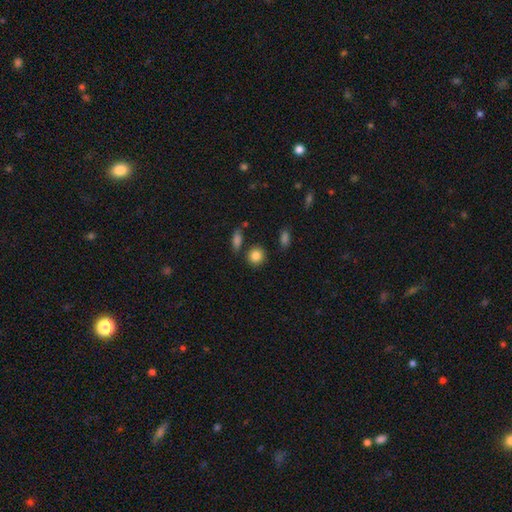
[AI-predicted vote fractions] smooth 85%, star or artifact 9%, featured or disk 6%. Down the decision tree: how rounded — round (84%); merging — none (81%).